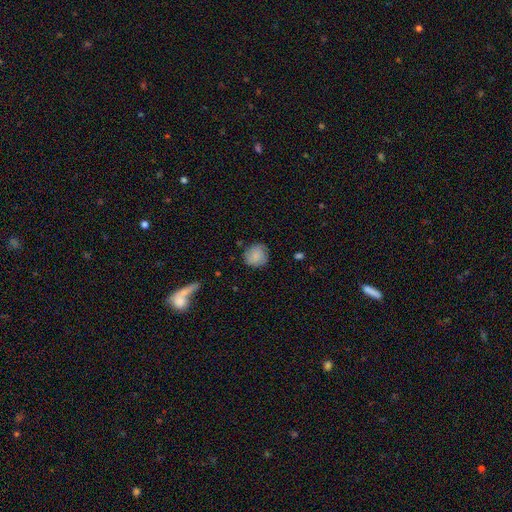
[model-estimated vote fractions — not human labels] Smooth or featured? smooth (79%)
How rounded? round (88%)
Merging? none (76%)